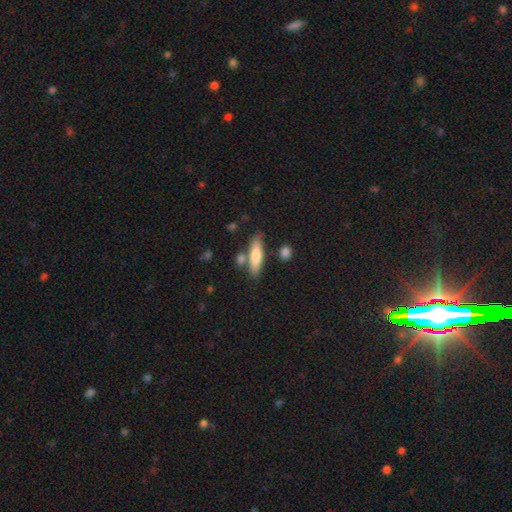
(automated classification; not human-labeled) The model was most divided on "how rounded": cigar-shaped: 61%, in between: 37%, round: 2%. More confident: smooth or featured — smooth (74%); merging — none (74%).